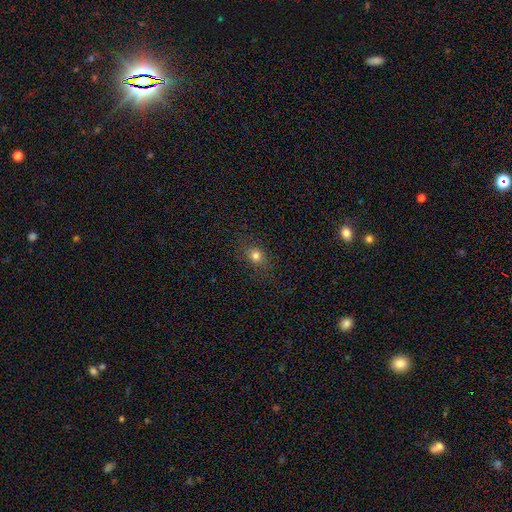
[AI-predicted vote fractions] Morphology: type=smooth (76%); roundness=round (61%); merging=none (83%).